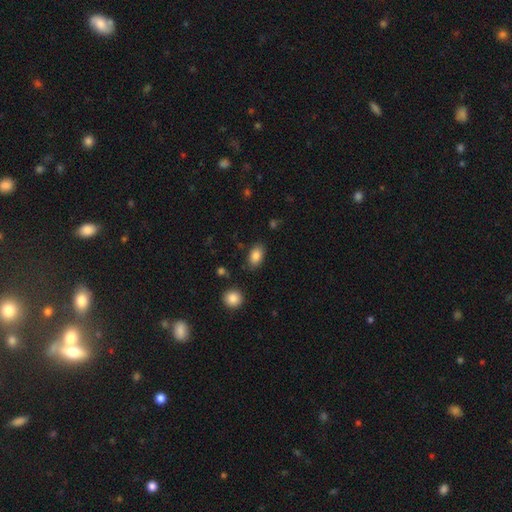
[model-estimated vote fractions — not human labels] Smooth or featured? Predicted: smooth (p=0.85). How rounded? Predicted: in between (p=0.88). Merging? Predicted: none (p=0.83).